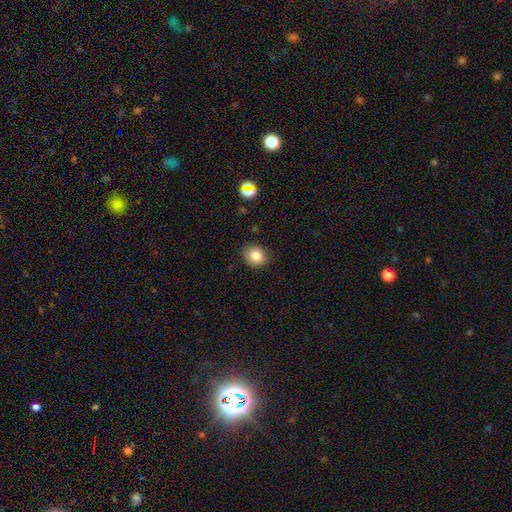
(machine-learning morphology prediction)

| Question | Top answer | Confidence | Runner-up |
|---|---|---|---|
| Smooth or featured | smooth | 83% | star or artifact (11%) |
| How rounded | round | 71% | in between (28%) |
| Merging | none | 86% | minor disturbance (11%) |